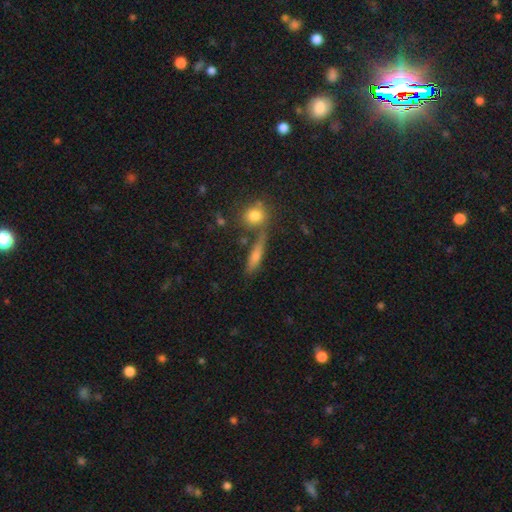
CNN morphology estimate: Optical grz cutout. It shows a smooth galaxy with no disk features (69%) that is cigar-shaped (62%). Merging: none (61%).